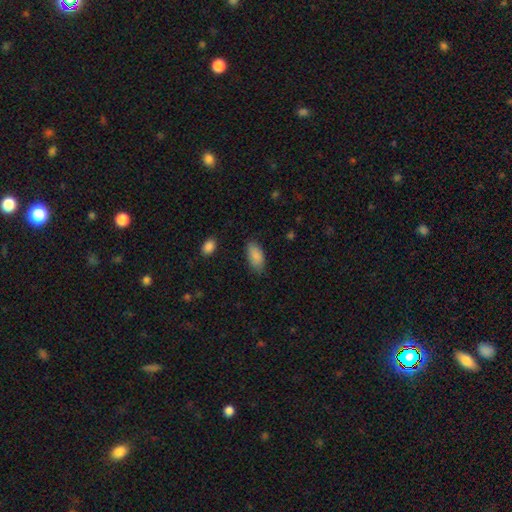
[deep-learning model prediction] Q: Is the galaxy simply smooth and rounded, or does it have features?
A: smooth — 88%.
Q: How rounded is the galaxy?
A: in between — 92%.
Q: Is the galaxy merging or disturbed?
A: none — 79%.